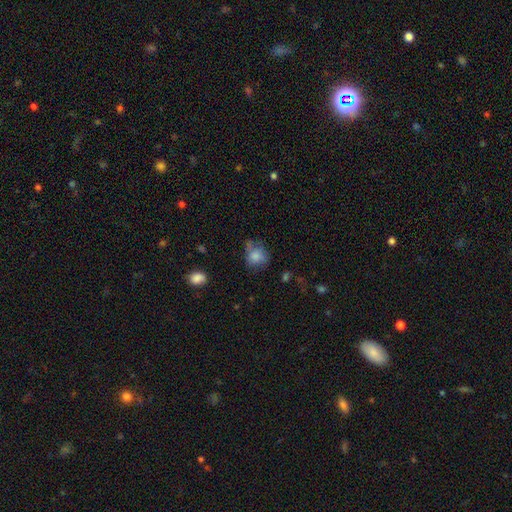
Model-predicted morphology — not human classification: Smooth or featured: smooth — 73% (featured or disk — 16%)
How rounded: round — 63% (in between — 36%)
Merging: none — 42% (minor disturbance — 31%)